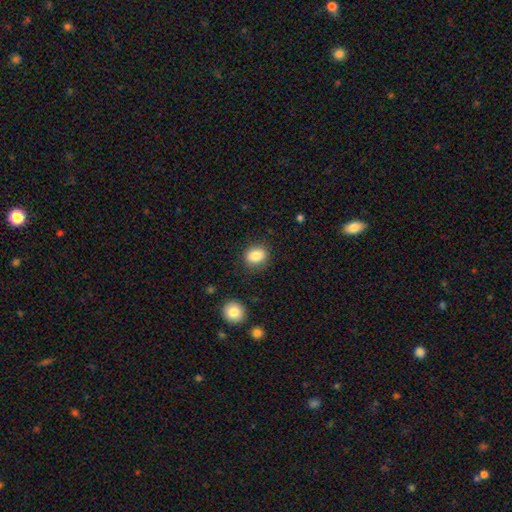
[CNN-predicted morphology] Smooth or featured: smooth — 85% (star or artifact — 9%)
How rounded: round — 63% (in between — 36%)
Merging: none — 83% (minor disturbance — 11%)